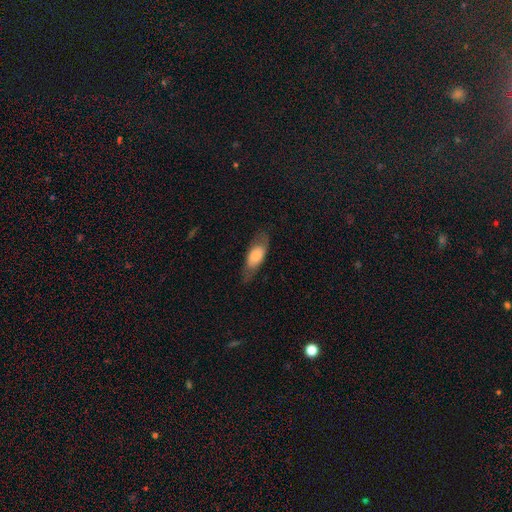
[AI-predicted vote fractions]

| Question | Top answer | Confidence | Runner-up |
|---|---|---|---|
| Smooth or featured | smooth | 66% | featured or disk (28%) |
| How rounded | in between | 74% | cigar-shaped (22%) |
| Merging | none | 72% | minor disturbance (18%) |